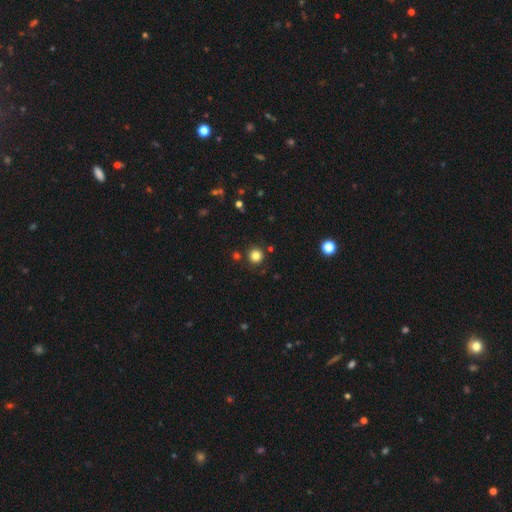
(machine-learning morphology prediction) smooth 82%, star or artifact 13%, featured or disk 5%. Down the decision tree: how rounded — round (95%); merging — none (89%).